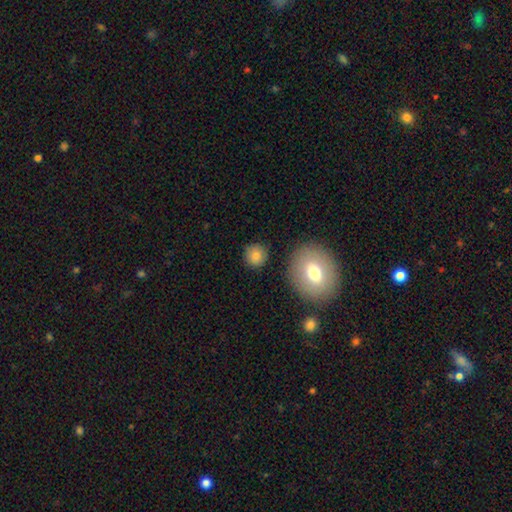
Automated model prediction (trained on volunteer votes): Smooth or featured: smooth — 83% (star or artifact — 9%)
How rounded: round — 90% (in between — 9%)
Merging: none — 86% (minor disturbance — 8%)